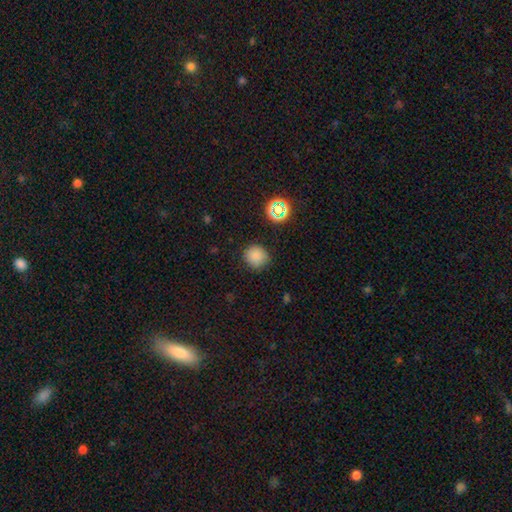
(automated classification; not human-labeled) Morphology: type=smooth (81%); roundness=round (89%); merging=none (83%).